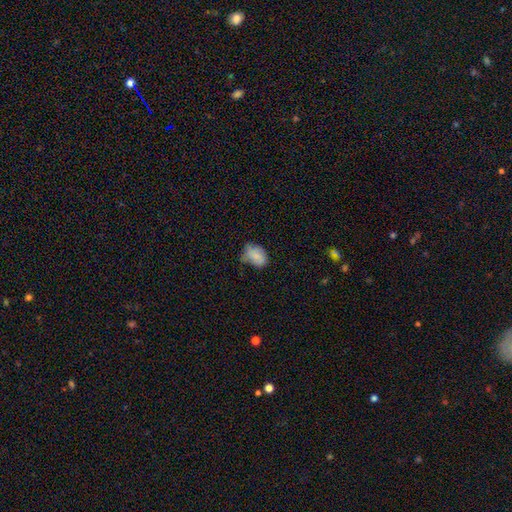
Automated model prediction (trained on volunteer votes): Smooth or featured?
  - smooth: 81% *
  - featured or disk: 11%
  - star or artifact: 8%
How rounded?
  - in between: 81% *
  - round: 18%
  - cigar-shaped: 1%
Merging?
  - none: 44% *
  - minor disturbance: 41%
  - major disturbance: 11%
  - merger: 4%